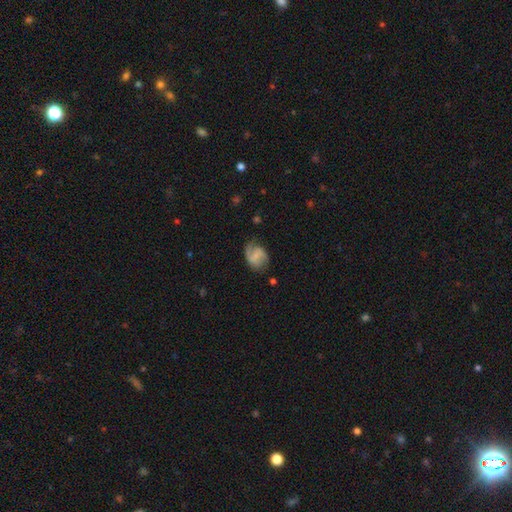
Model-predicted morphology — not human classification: smooth-or-featured: featured or disk: 68% | smooth: 25% | star or artifact: 7%
  disk-edge-on: no: 98% | yes: 2%
    bar: weak: 47% | no: 32% | strong: 20%
    has-spiral-arms: yes: 92% | no: 8%
      spiral-winding: medium: 43% | loose: 42% | tight: 16%
      spiral-arm-count: 2: 83% | 1: 8% | can't tell: 6% | 3: 2% | 4: 1% | more than 4: 1%
    bulge-size: none: 47% | small: 37% | moderate: 13% | large: 2% | dominant: 1%
  merging: none: 65% | minor disturbance: 22% | major disturbance: 10% | merger: 2%